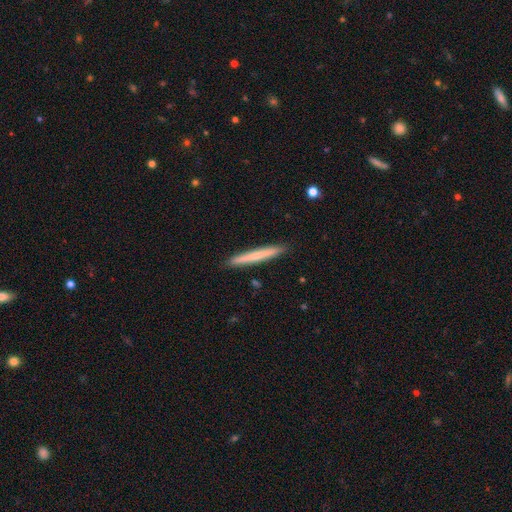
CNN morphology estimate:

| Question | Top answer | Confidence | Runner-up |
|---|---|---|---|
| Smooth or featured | smooth | 64% | featured or disk (31%) |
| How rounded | cigar-shaped | 97% | in between (2%) |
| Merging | none | 91% | minor disturbance (6%) |